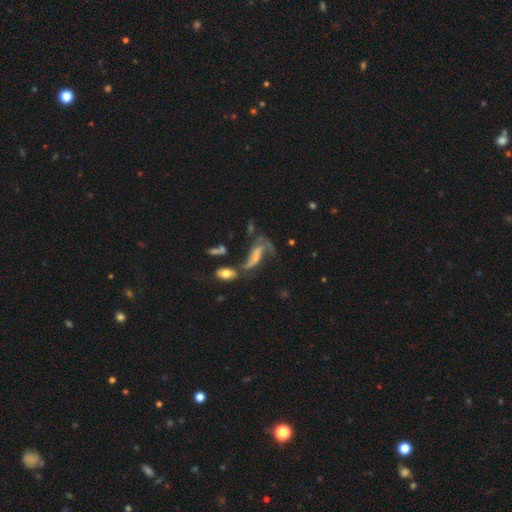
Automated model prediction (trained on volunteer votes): featured or disk 65%, smooth 24%, star or artifact 11%. Down the decision tree: edge-on disk — no (88%); bar — no (37%); spiral arms — yes (76%); bulge size — none (41%); merging — major disturbance (36%).